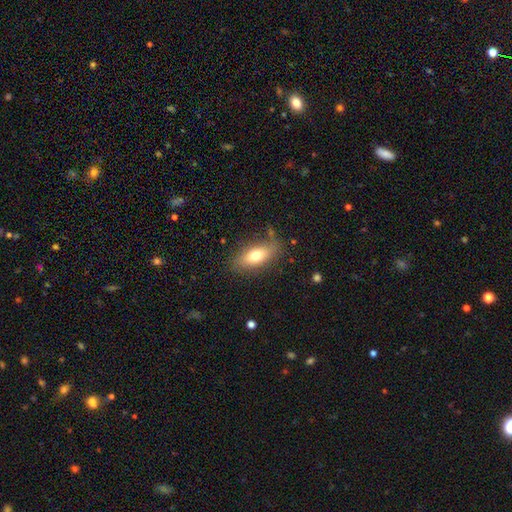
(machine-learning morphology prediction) smooth-or-featured: smooth: 71% | featured or disk: 21% | star or artifact: 8%
  how-rounded: in between: 82% | cigar-shaped: 13% | round: 5%
  merging: none: 77% | minor disturbance: 15% | major disturbance: 5% | merger: 3%